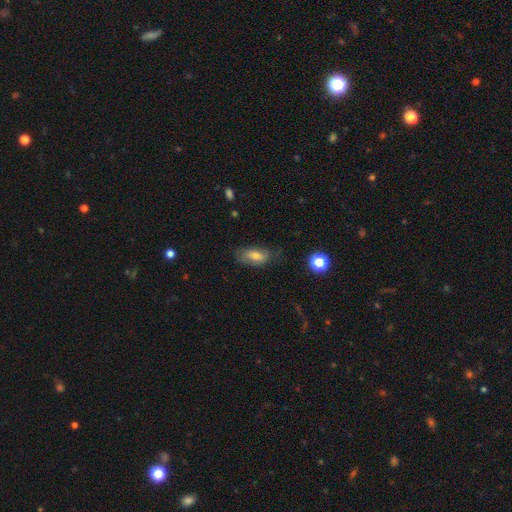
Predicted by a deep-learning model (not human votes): The model was most divided on "smooth or featured": smooth: 59%, featured or disk: 32%, star or artifact: 9%. More confident: how rounded — in between (87%); merging — none (66%).